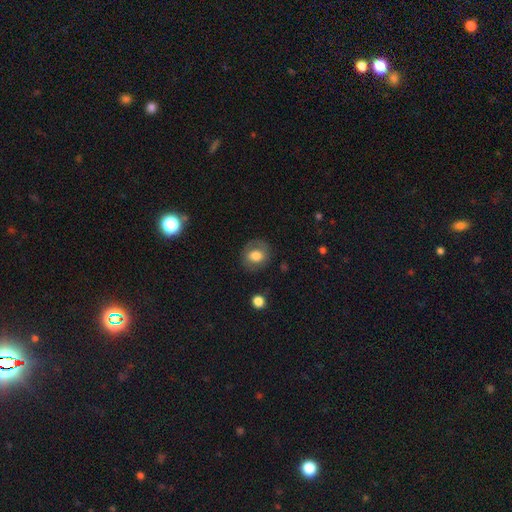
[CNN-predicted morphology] Overall: smooth (67%). How rounded: round (65%; in between 34%). Merging: none (76%).